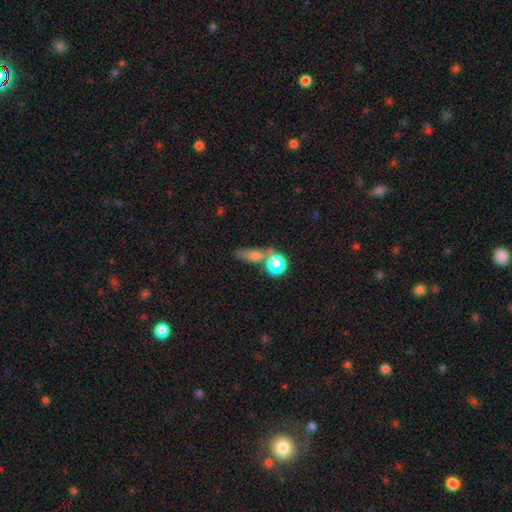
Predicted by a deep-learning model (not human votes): Smooth or featured: smooth — 53% (star or artifact — 25%)
How rounded: in between — 41% (round — 35%)
Merging: none — 60% (merger — 20%)